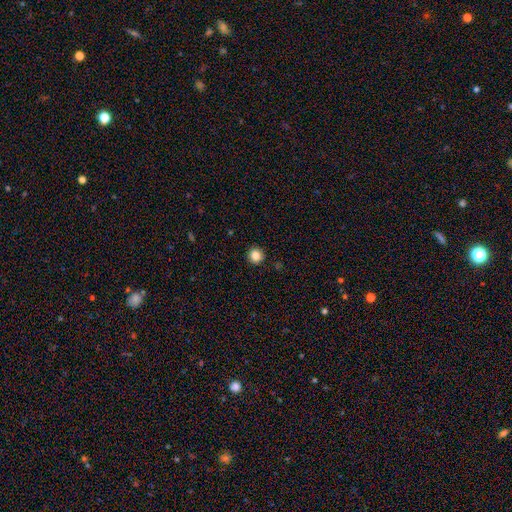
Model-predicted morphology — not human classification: A smooth galaxy with no disk features (85%) that is round (95%).

Vote fractions:
- Smooth or featured? smooth: 85% / star or artifact: 11% / featured or disk: 5%
- How rounded? round: 95% / in between: 4% / cigar-shaped: 1%
- Merging? none: 93% / minor disturbance: 4% / major disturbance: 1% / merger: 1%